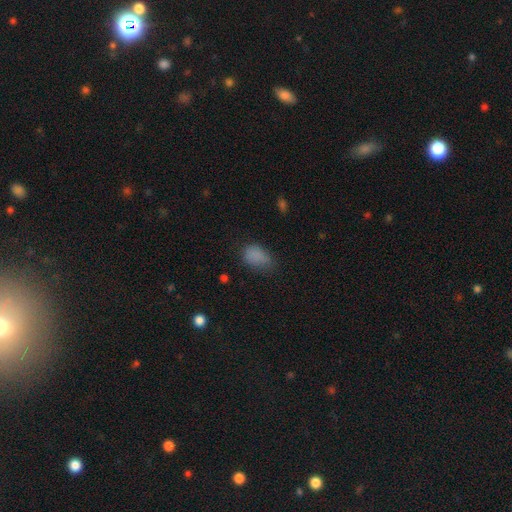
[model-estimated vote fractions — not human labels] The model was most divided on "merging": none: 52%, minor disturbance: 33%, major disturbance: 13%, merger: 2%. More confident: how rounded — in between (83%); smooth or featured — smooth (82%).